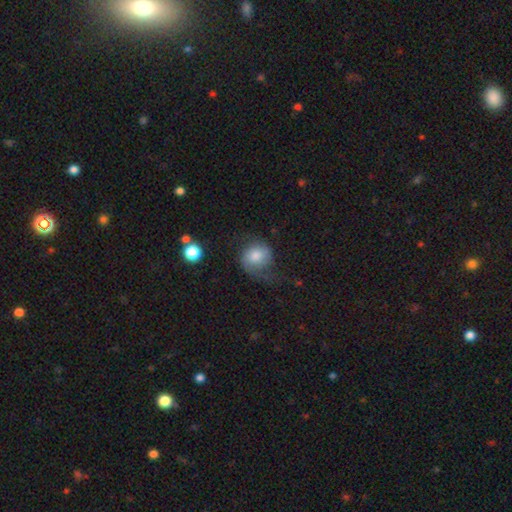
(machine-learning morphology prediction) Q: Smooth or featured?
A: smooth (50%); runner-up: featured or disk (41%)
Q: How rounded?
A: round (77%); runner-up: in between (22%)
Q: Merging?
A: none (43%); runner-up: major disturbance (30%)